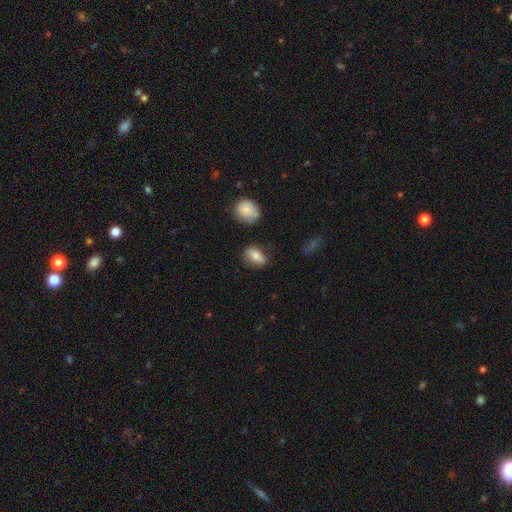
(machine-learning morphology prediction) smooth_or_featured: smooth (p=0.78) [alt: featured or disk p=0.14]
how_rounded: in between (p=0.83) [alt: round p=0.12]
merging: none (p=0.75) [alt: minor disturbance p=0.17]